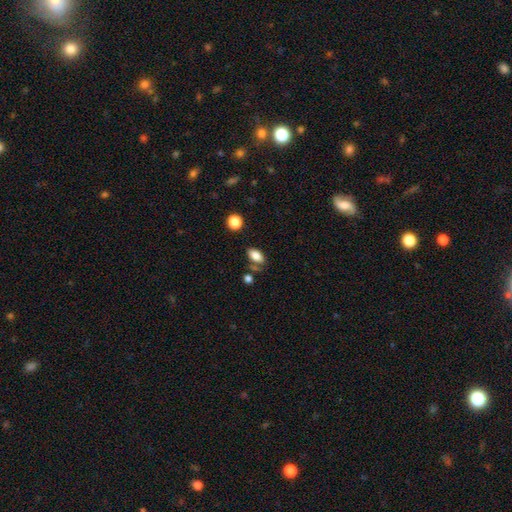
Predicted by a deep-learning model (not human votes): smooth_or_featured: smooth (p=0.82) [alt: star or artifact p=0.09]
how_rounded: in between (p=0.89) [alt: round p=0.06]
merging: none (p=0.69) [alt: minor disturbance p=0.17]